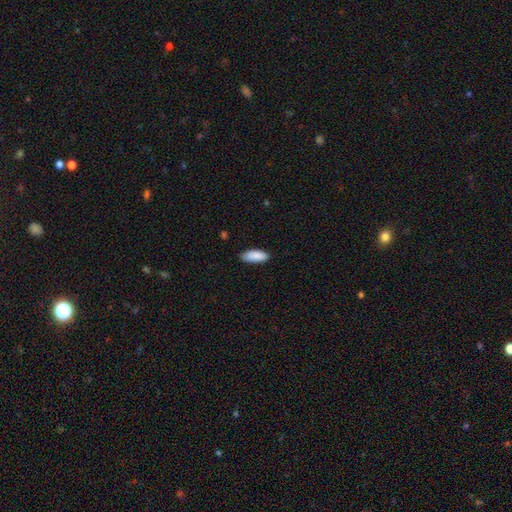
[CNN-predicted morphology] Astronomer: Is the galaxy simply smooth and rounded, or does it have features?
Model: smooth — 90%.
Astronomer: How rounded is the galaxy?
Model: in between — 81%.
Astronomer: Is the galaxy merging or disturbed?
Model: none — 83%.